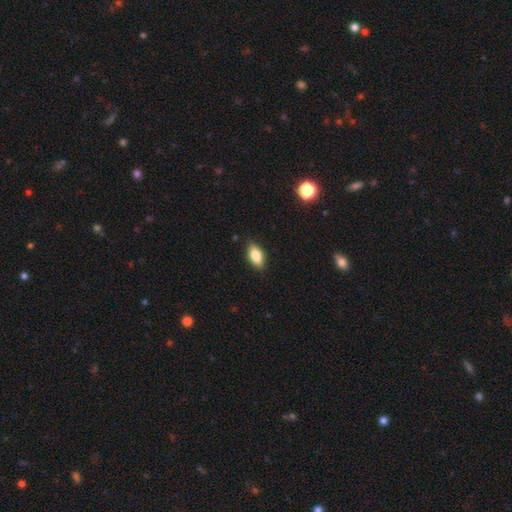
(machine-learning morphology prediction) Smooth or featured? Predicted: smooth (p=0.79). How rounded? Predicted: in between (p=0.87). Merging? Predicted: none (p=0.86).